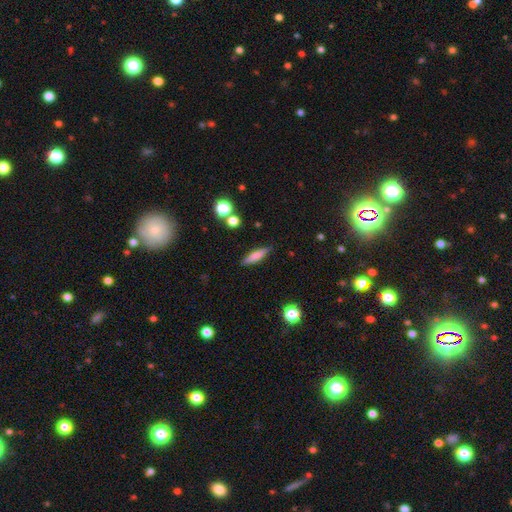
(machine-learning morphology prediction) Q: Smooth or featured?
A: smooth (62%); runner-up: featured or disk (29%)
Q: How rounded?
A: cigar-shaped (72%); runner-up: in between (25%)
Q: Merging?
A: none (85%); runner-up: minor disturbance (10%)